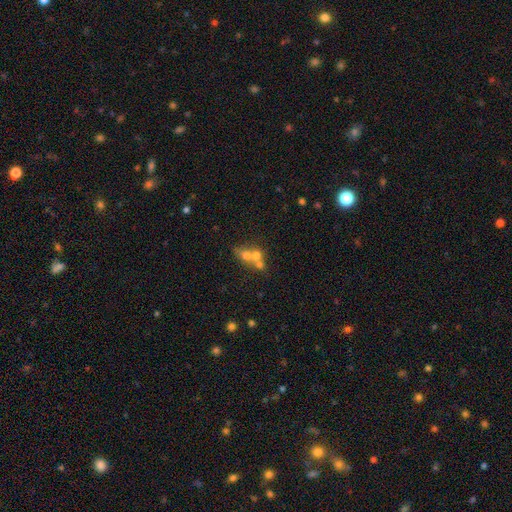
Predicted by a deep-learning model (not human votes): smooth 57%, featured or disk 28%, star or artifact 15%. Down the decision tree: how rounded — round (69%); merging — merger (62%).